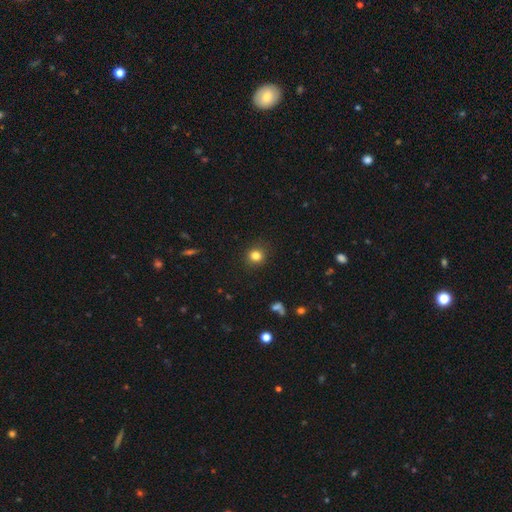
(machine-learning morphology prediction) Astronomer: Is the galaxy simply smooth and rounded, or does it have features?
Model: smooth — 81%.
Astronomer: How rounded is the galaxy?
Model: round — 88%.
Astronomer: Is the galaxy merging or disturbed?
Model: none — 90%.